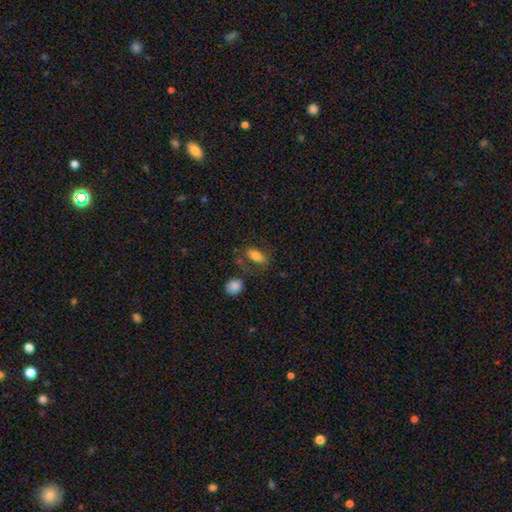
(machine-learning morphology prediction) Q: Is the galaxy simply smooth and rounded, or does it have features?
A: smooth — 71%.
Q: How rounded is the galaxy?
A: in between — 85%.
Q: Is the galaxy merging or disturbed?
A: none — 62%.